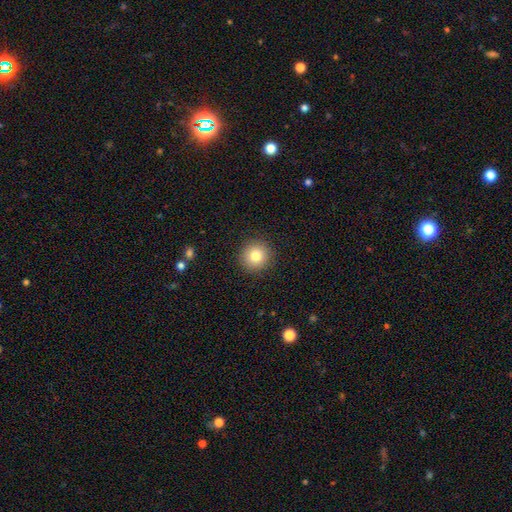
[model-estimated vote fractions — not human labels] This appears to be a smooth galaxy with no disk features (81%) that is round (93%). Merging: none (91%).